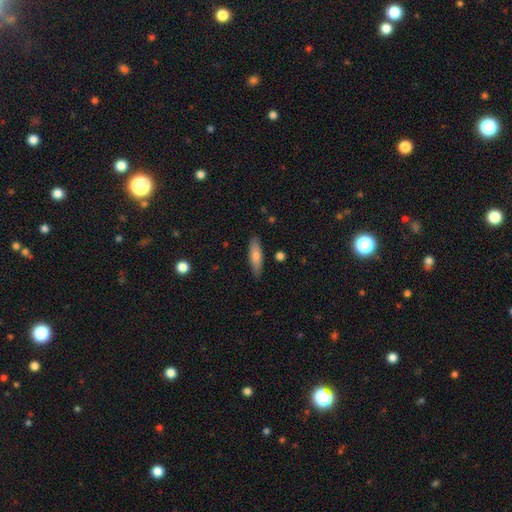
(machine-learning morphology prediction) Q: Smooth or featured?
A: smooth (74%); runner-up: featured or disk (20%)
Q: How rounded?
A: cigar-shaped (57%); runner-up: in between (41%)
Q: Merging?
A: none (85%); runner-up: minor disturbance (11%)